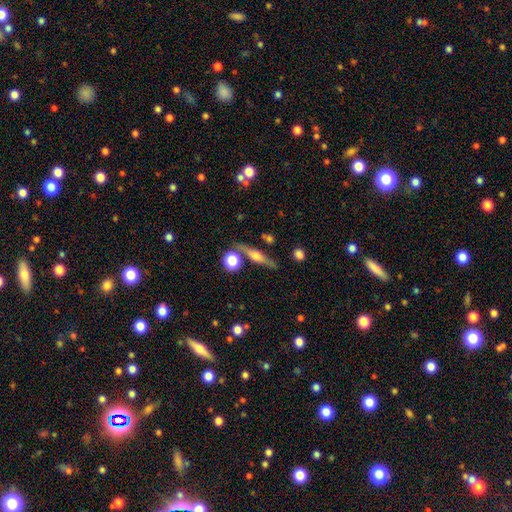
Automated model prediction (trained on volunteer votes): Overall: featured or disk (63%; smooth 29%). Edge-on disk: yes (94%). Edge-on bulge: rounded (89%). Merging: none (80%).